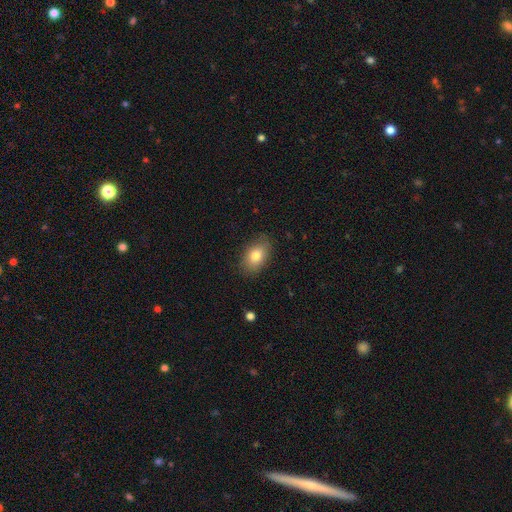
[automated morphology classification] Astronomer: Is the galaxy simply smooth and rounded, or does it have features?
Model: smooth — 80%.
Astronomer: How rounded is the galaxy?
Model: in between — 87%.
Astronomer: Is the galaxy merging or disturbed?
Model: none — 83%.